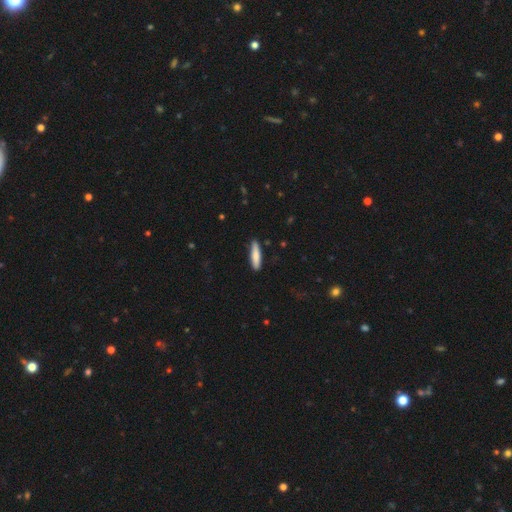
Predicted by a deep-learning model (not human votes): smooth_or_featured: smooth (p=0.79) [alt: featured or disk p=0.15]
how_rounded: cigar-shaped (p=0.82) [alt: in between p=0.17]
merging: none (p=0.88) [alt: minor disturbance p=0.09]